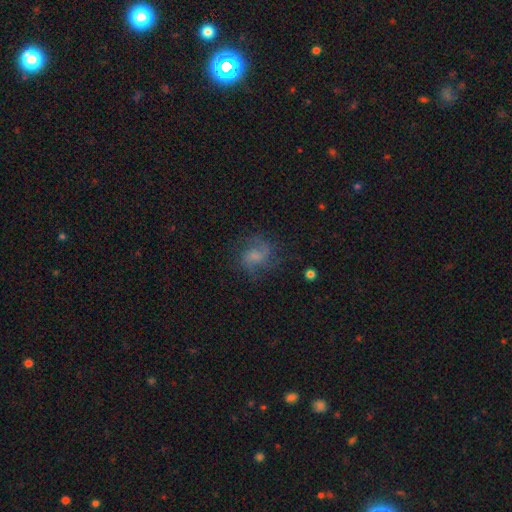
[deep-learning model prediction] Overall: featured or disk (60%; smooth 29%). Edge-on disk: no (98%). Bar: no (56%; weak 37%). Spiral arms: yes (89%). Spiral arm count: 2 (70%). Spiral winding: medium (49%; loose 33%). Bulge size: none (34%; small 30%). Merging: none (65%).